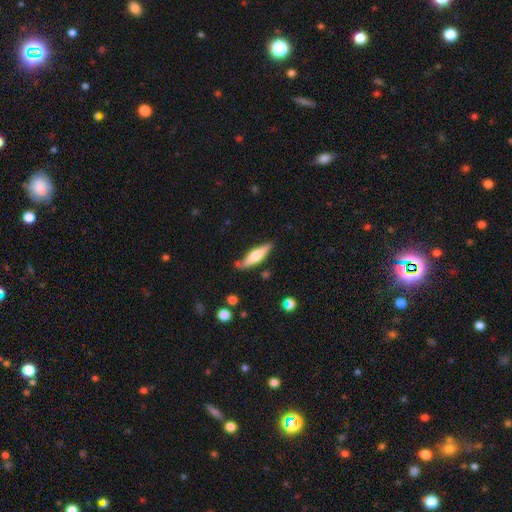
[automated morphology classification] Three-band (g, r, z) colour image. It shows a smooth galaxy with no disk features (48%). Merging: none (77%).